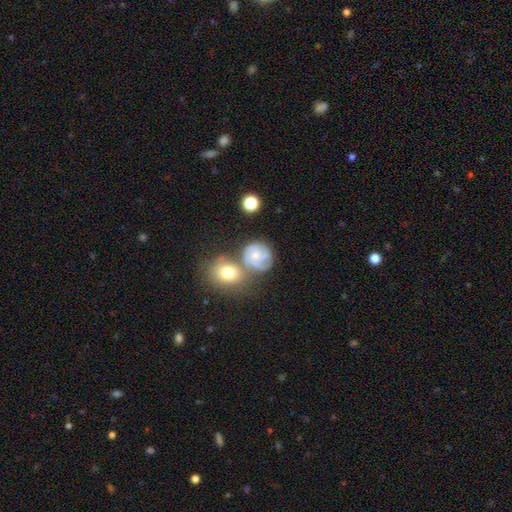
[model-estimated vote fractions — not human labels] Smooth or featured? Predicted: featured or disk (p=0.69). Edge-on disk? Predicted: no (p=0.98). Bar? Predicted: no (p=0.70). Spiral arms? Predicted: yes (p=0.93). Spiral winding? Predicted: tight (p=0.51). Spiral arm count? Predicted: 3 (p=0.46). Bulge size? Predicted: small (p=0.53). Merging? Predicted: none (p=0.51).